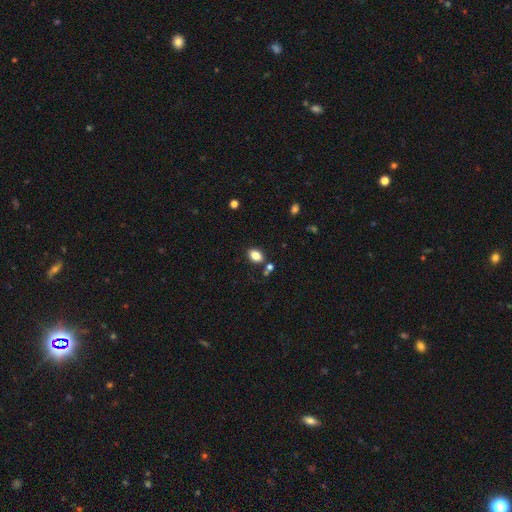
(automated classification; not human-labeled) This appears to be a smooth galaxy with no disk features (83%) that is in between round and cigar-shaped (80%). Merging: none (77%).